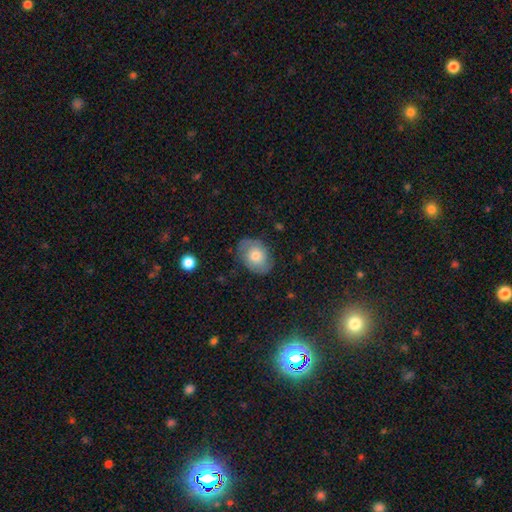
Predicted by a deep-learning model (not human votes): A smooth galaxy with no disk features (65%) that is in between round and cigar-shaped (70%). Merging: none (73%).